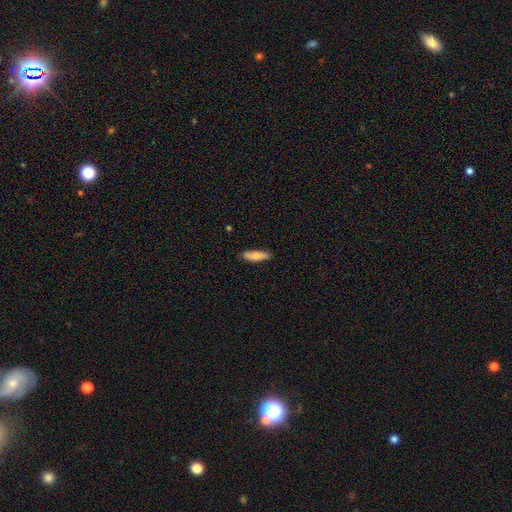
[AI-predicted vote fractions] The model was most divided on "how rounded": cigar-shaped: 62%, in between: 36%, round: 2%. More confident: merging — none (88%); smooth or featured — smooth (79%).